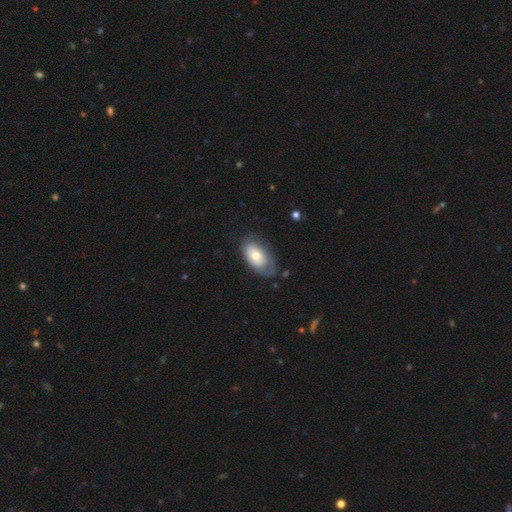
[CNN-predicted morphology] This appears to be a smooth galaxy with no disk features (56%) that is in between round and cigar-shaped (93%). Merging: none (57%).